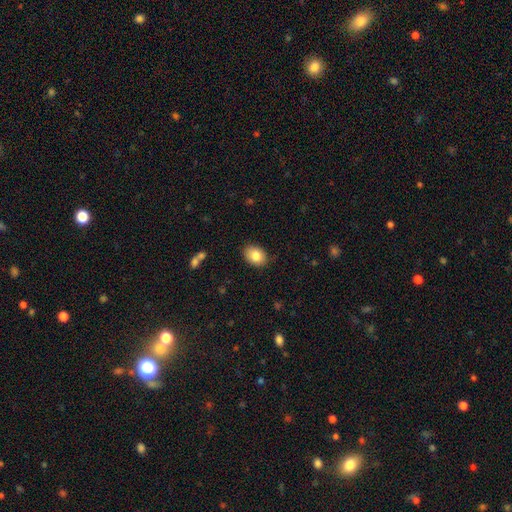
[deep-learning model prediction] smooth 84%, featured or disk 8%, star or artifact 8%. Down the decision tree: how rounded — in between (72%); merging — none (85%).